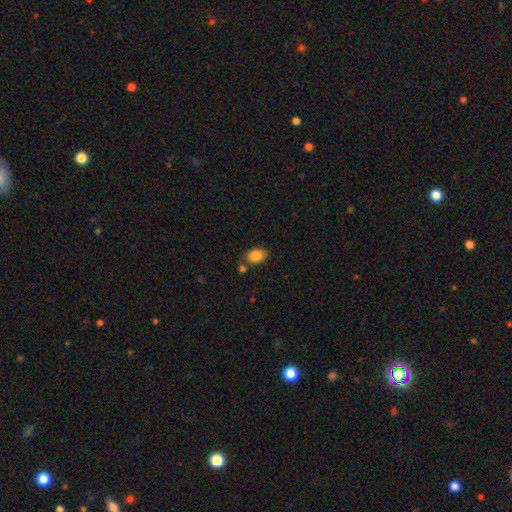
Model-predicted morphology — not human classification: Overall: smooth (87%). How rounded: in between (82%). Merging: none (69%).